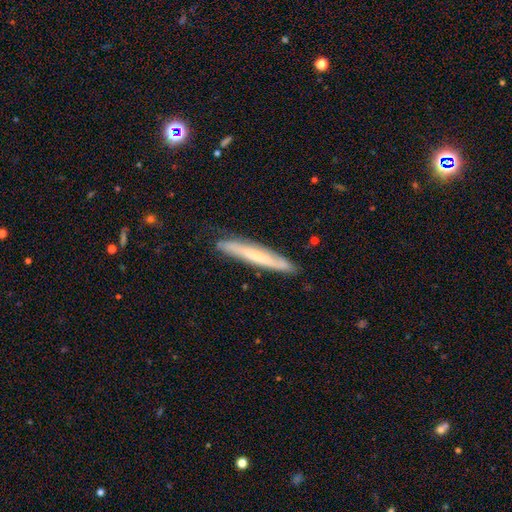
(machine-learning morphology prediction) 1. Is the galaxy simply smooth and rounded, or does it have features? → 48% smooth, 45% featured or disk, 6% star or artifact.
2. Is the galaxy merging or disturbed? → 82% none, 14% minor disturbance, 2% major disturbance, 1% merger.